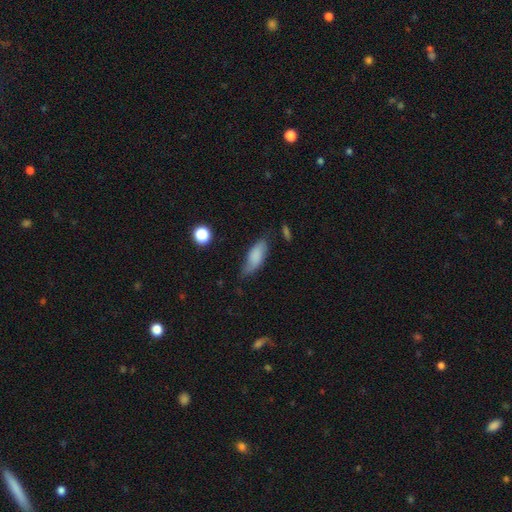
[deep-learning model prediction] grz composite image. It shows a smooth galaxy with no disk features (79%) that is in between round and cigar-shaped (79%). Merging: none (57%).